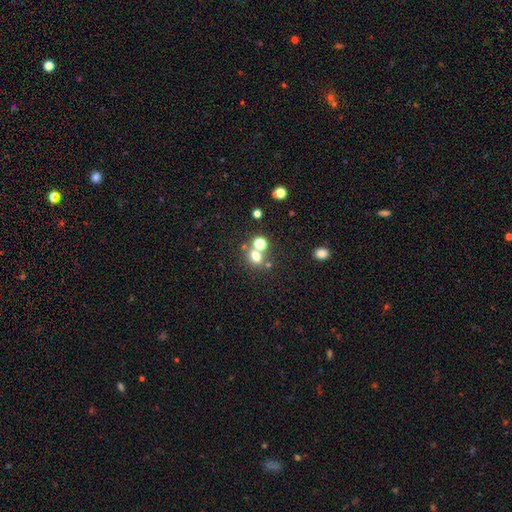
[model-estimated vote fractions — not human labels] This appears to be a smooth galaxy with no disk features (67%) that is round (65%). Merging: none (54%).